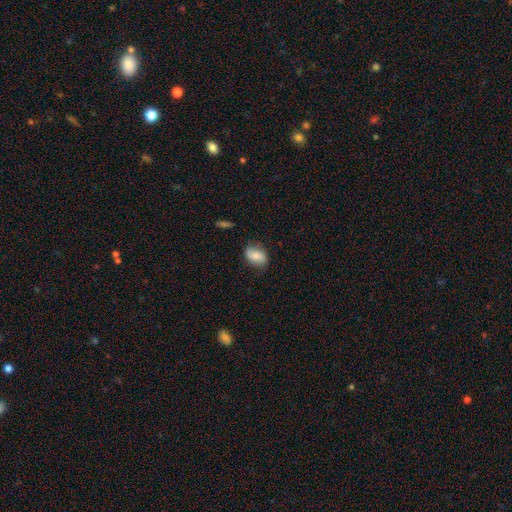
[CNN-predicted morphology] A smooth galaxy with no disk features (74%) that is in between round and cigar-shaped (84%). Merging: none (74%).